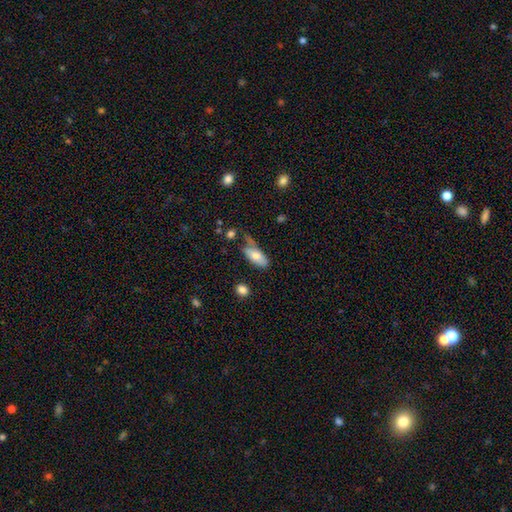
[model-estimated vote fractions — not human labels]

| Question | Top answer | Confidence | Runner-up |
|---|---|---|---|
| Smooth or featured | smooth | 75% | featured or disk (18%) |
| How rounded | in between | 86% | cigar-shaped (11%) |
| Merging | none | 39% | minor disturbance (32%) |